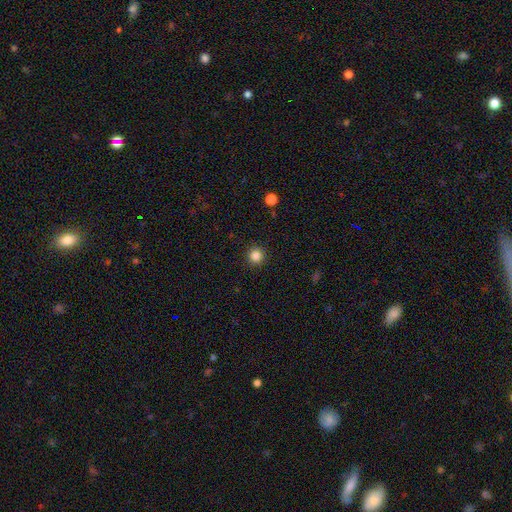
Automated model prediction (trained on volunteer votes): A smooth galaxy with no disk features (85%) that is round (95%).

Vote fractions:
- Smooth or featured? smooth: 85% / star or artifact: 11% / featured or disk: 3%
- How rounded? round: 95% / in between: 4% / cigar-shaped: 1%
- Merging? none: 92% / minor disturbance: 5% / major disturbance: 2% / merger: 1%